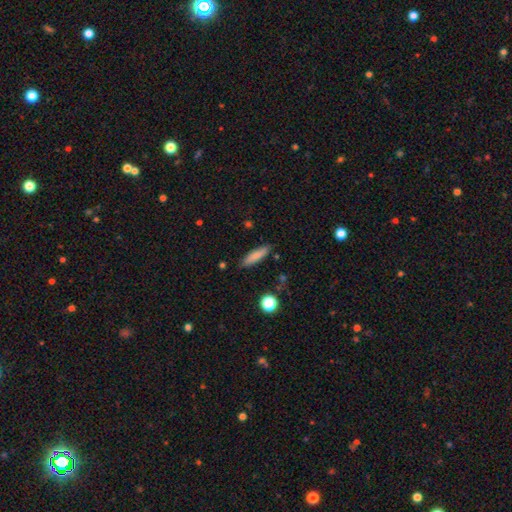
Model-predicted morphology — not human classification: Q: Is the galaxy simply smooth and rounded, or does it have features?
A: smooth — 80%.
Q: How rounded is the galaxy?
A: cigar-shaped — 70%.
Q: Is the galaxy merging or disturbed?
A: none — 86%.